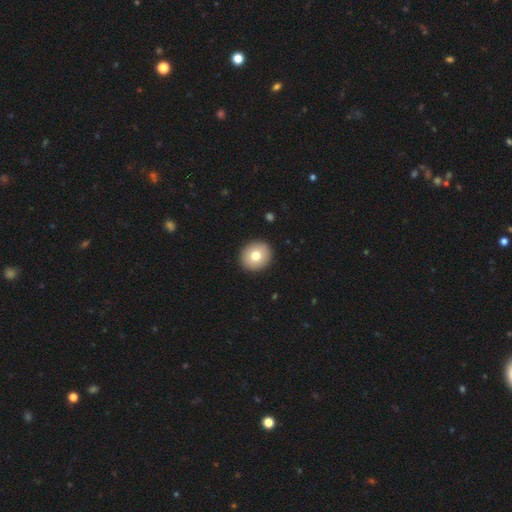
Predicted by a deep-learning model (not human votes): A smooth galaxy with no disk features (77%) that is round (84%).

Vote fractions:
- Smooth or featured? smooth: 77% / featured or disk: 15% / star or artifact: 8%
- How rounded? round: 84% / in between: 15% / cigar-shaped: 1%
- Merging? none: 92% / minor disturbance: 5% / major disturbance: 2% / merger: 1%